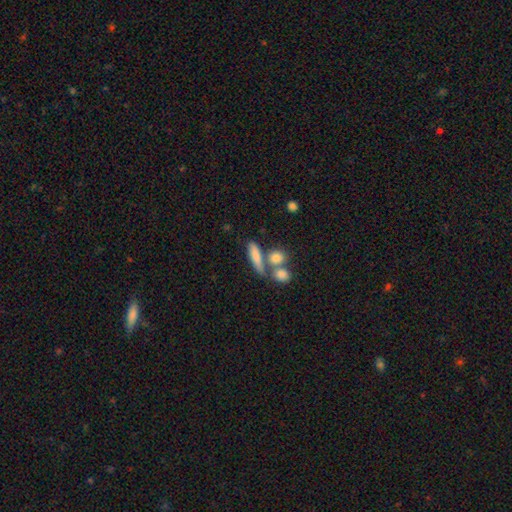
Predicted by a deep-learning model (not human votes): Morphology: type=smooth (75%); roundness=cigar-shaped (50%); merging=none (49%).